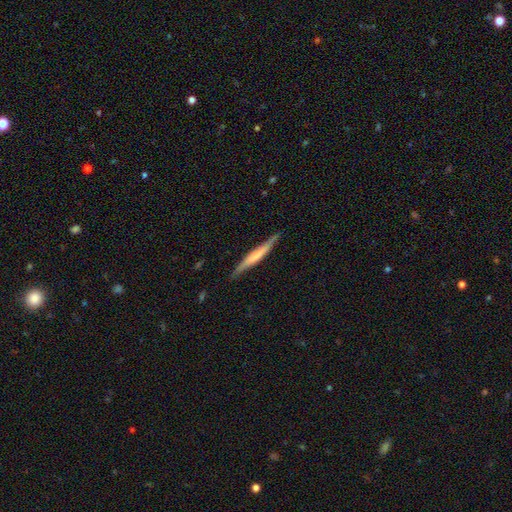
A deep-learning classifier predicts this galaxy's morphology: The model was most divided on "smooth or featured": featured or disk: 50%, smooth: 44%, star or artifact: 5%. More confident: edge-on disk — yes (95%); merging — none (83%).